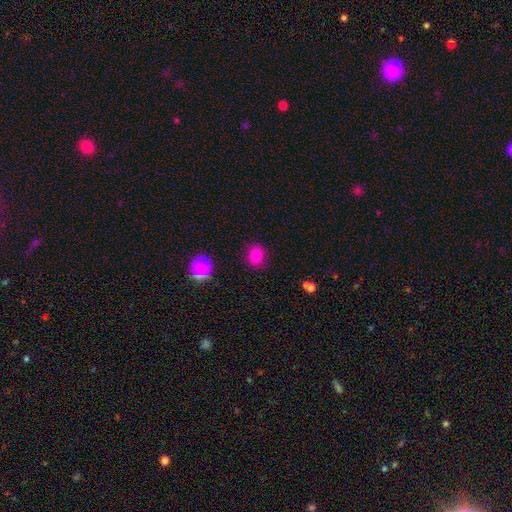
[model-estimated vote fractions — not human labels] smooth 81%, star or artifact 14%, featured or disk 6%. Down the decision tree: how rounded — round (56%); merging — none (84%).